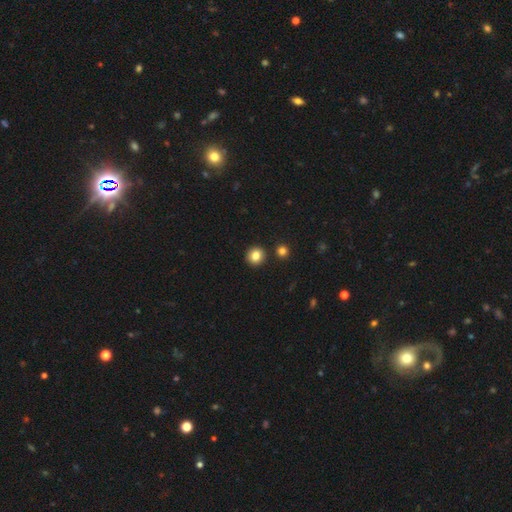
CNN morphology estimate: Q: Smooth or featured?
A: smooth (83%); runner-up: star or artifact (11%)
Q: How rounded?
A: round (90%); runner-up: in between (9%)
Q: Merging?
A: none (90%); runner-up: minor disturbance (5%)